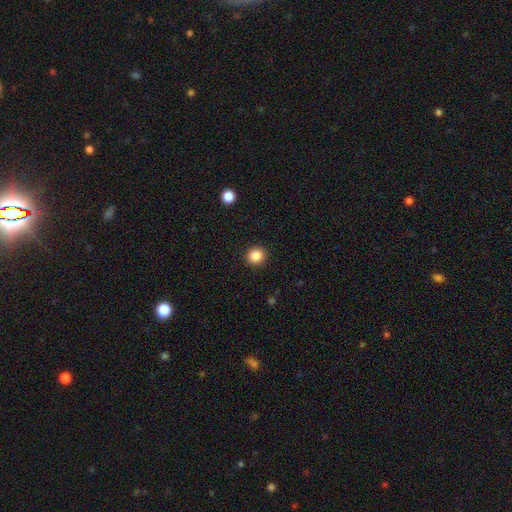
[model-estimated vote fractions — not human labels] Smooth or featured? Predicted: smooth (p=0.86). How rounded? Predicted: round (p=0.88). Merging? Predicted: none (p=0.92).